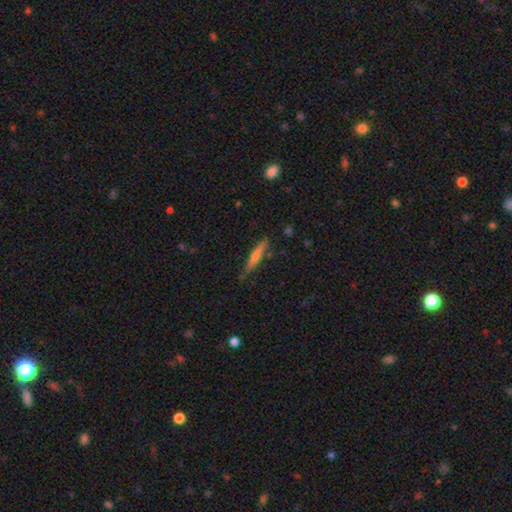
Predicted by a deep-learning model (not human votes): Smooth or featured? Predicted: featured or disk (p=0.52). Edge-on disk? Predicted: yes (p=0.94). Merging? Predicted: none (p=0.84).